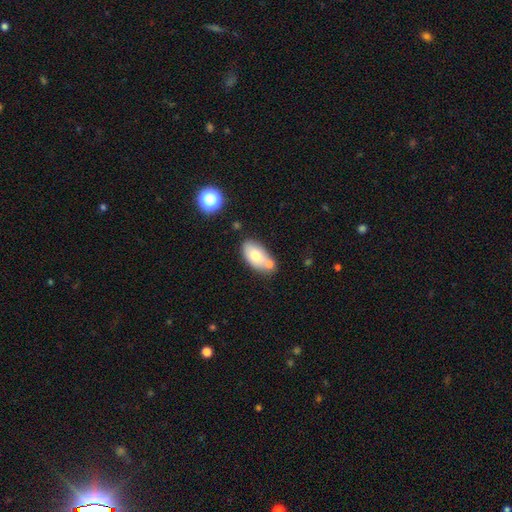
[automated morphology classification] smooth-or-featured: smooth: 72% | featured or disk: 20% | star or artifact: 8%
  how-rounded: in between: 92% | round: 5% | cigar-shaped: 3%
  merging: none: 55% | merger: 25% | minor disturbance: 16% | major disturbance: 4%